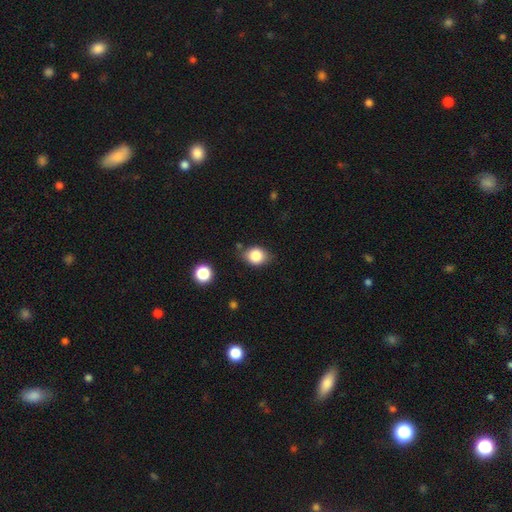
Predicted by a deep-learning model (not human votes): Smooth or featured? Predicted: smooth (p=0.83). How rounded? Predicted: in between (p=0.51). Merging? Predicted: none (p=0.71).